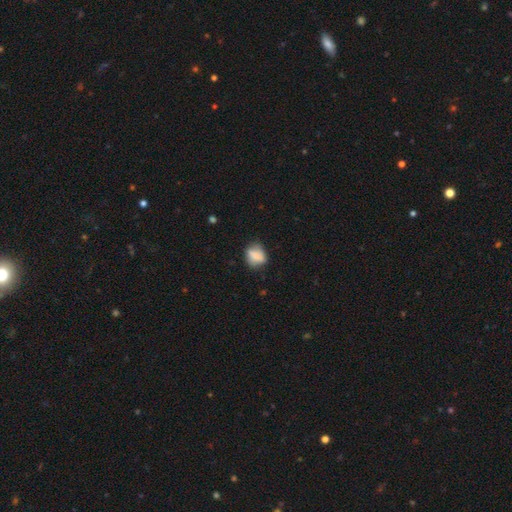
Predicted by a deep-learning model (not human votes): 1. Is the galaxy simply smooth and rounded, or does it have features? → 79% smooth, 13% featured or disk, 9% star or artifact.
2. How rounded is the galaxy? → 50% in between, 47% round, 2% cigar-shaped.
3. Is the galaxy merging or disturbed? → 64% none, 26% minor disturbance, 7% major disturbance, 2% merger.